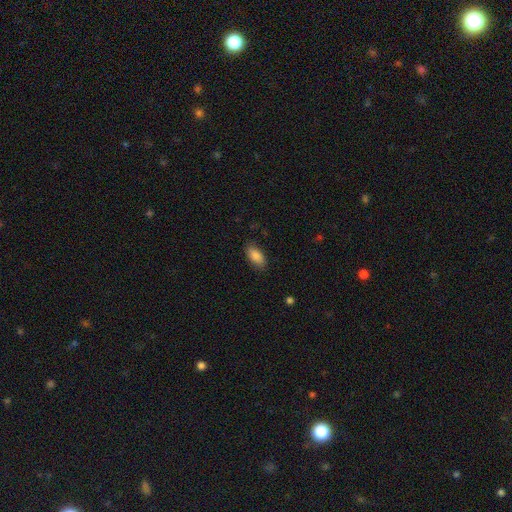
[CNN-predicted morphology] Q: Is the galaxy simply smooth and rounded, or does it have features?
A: smooth — 86%.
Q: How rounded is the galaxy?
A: in between — 91%.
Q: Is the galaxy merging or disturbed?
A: none — 84%.